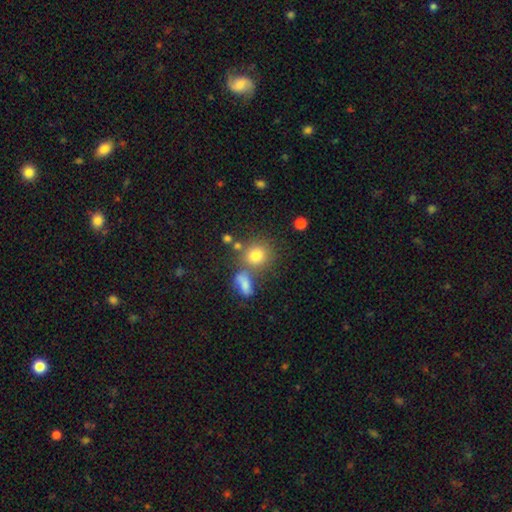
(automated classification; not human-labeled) The model was most divided on "merging": none: 63%, merger: 20%, minor disturbance: 11%, major disturbance: 5%. More confident: how rounded — round (82%); smooth or featured — smooth (77%).